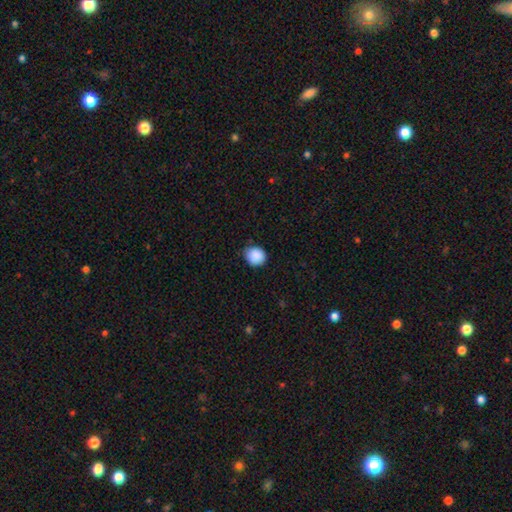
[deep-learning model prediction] The model was most divided on "merging": none: 80%, minor disturbance: 17%, major disturbance: 3%, merger: 1%. More confident: smooth or featured — smooth (89%); how rounded — round (86%).